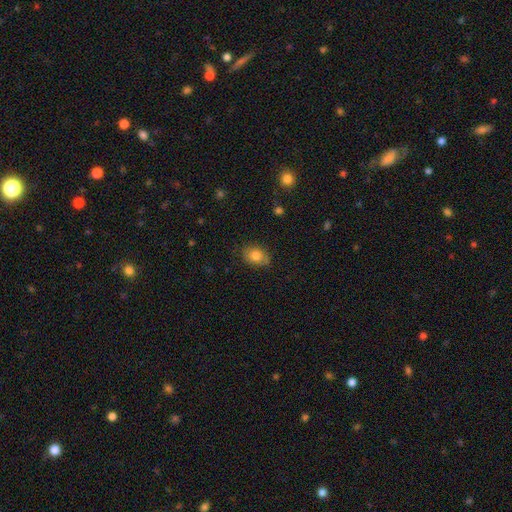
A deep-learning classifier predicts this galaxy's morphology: The model was most divided on "how rounded": in between: 74%, round: 25%, cigar-shaped: 1%. More confident: smooth or featured — smooth (80%); merging — none (80%).